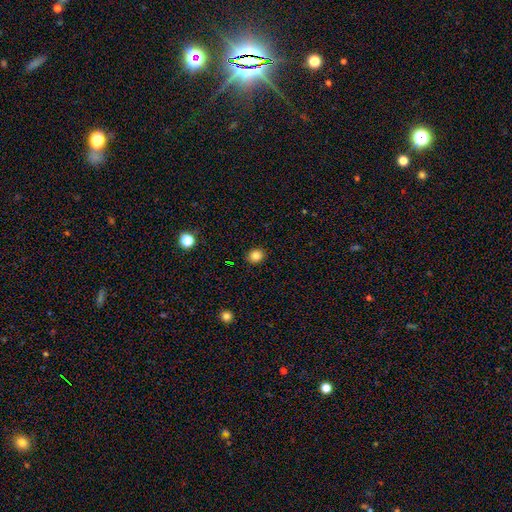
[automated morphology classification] type=smooth (83%); roundness=round (65%); merging=none (90%).